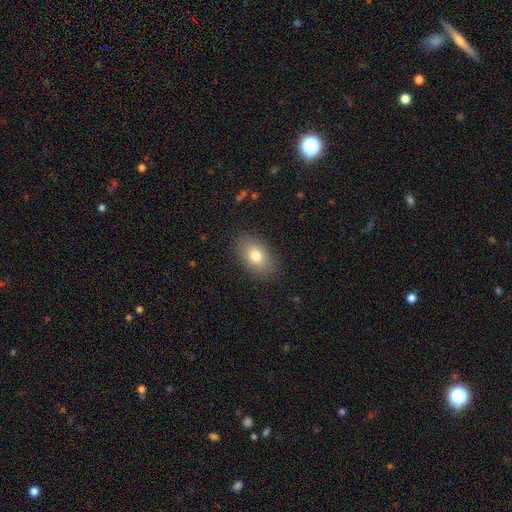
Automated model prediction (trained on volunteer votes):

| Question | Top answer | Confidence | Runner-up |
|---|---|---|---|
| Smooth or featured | smooth | 78% | featured or disk (13%) |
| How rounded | in between | 88% | round (11%) |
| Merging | none | 86% | minor disturbance (10%) |